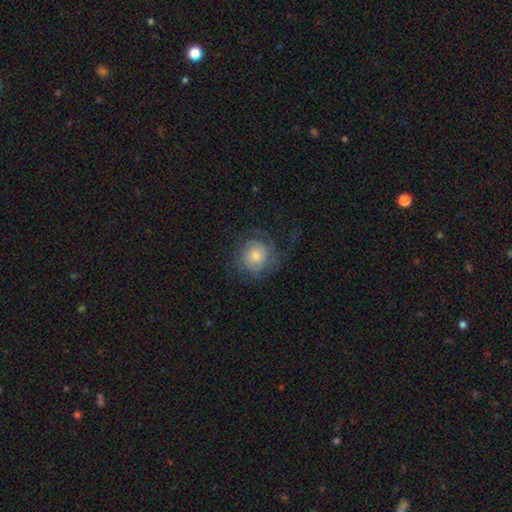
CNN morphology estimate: Q: Smooth or featured?
A: featured or disk (58%); runner-up: smooth (33%)
Q: Edge-on disk?
A: no (97%); runner-up: yes (3%)
Q: Bar?
A: no (80%); runner-up: weak (17%)
Q: Spiral arms?
A: yes (86%); runner-up: no (14%)
Q: Bulge size?
A: moderate (51%); runner-up: small (35%)
Q: Merging?
A: none (67%); runner-up: minor disturbance (16%)